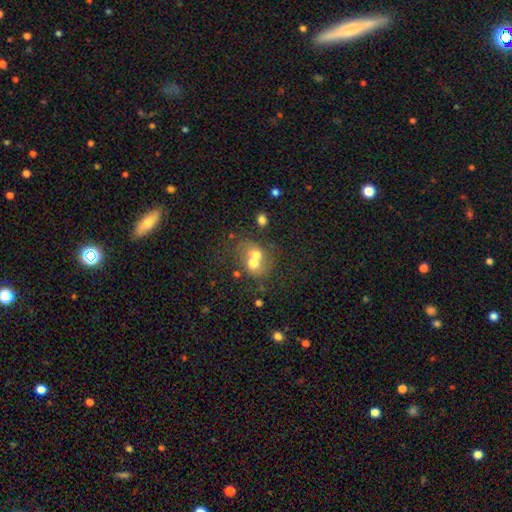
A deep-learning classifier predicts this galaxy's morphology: A smooth galaxy with no disk features (53%) that is round (58%). Merging: merger (66%).